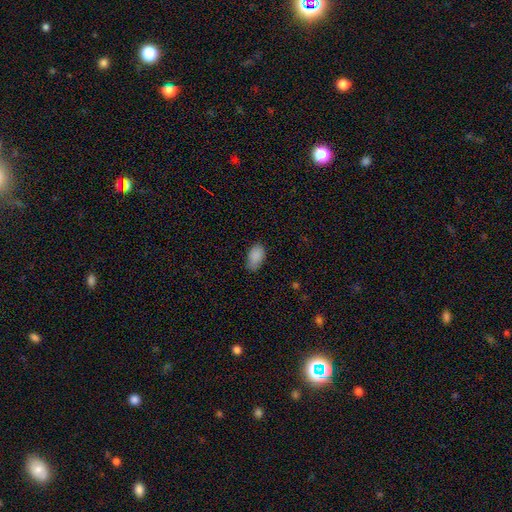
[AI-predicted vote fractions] smooth 88%, star or artifact 8%, featured or disk 4%. Down the decision tree: how rounded — in between (93%); merging — none (76%).